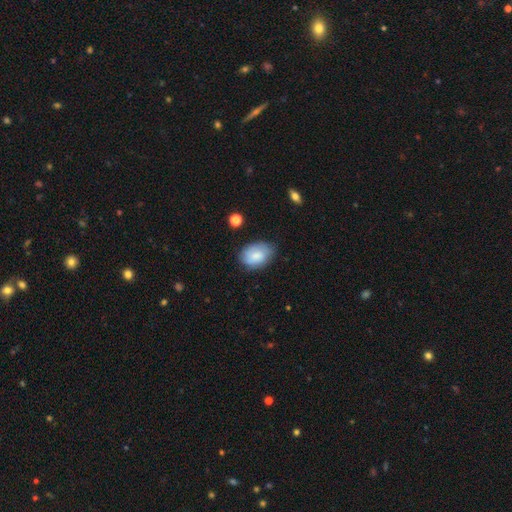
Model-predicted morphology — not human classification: Smooth or featured? Predicted: smooth (p=0.78). How rounded? Predicted: in between (p=0.85). Merging? Predicted: none (p=0.68).